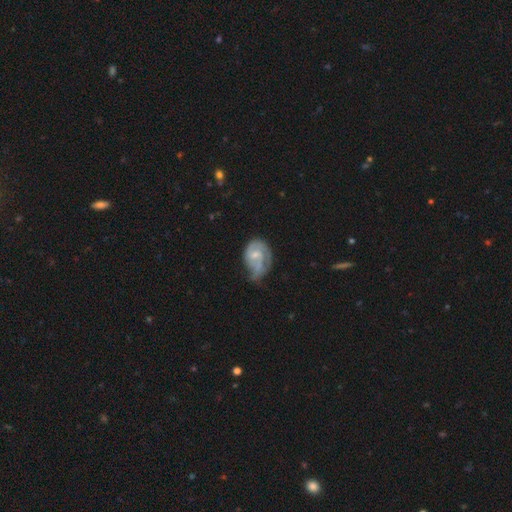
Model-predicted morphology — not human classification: This appears to be a featured or disk galaxy (71%) with no bar (49%), 2 (49%) tight (42%) spiral arms (87%) and a small central bulge (57%). Merging: minor disturbance (36%).